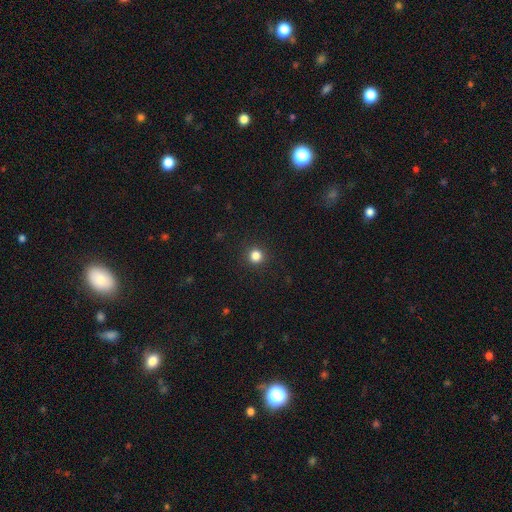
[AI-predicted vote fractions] Smooth or featured: smooth — 83% (star or artifact — 13%)
How rounded: round — 94% (in between — 5%)
Merging: none — 92% (minor disturbance — 5%)